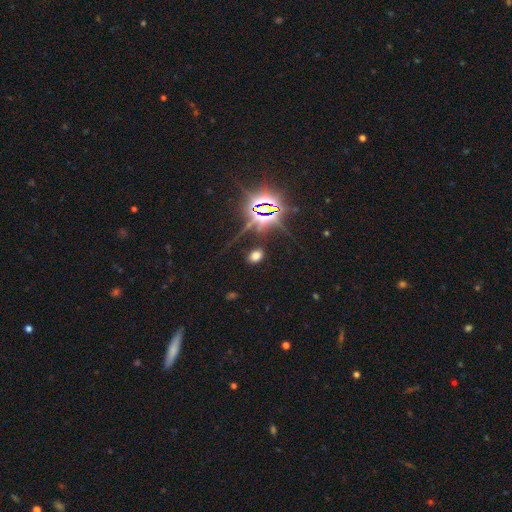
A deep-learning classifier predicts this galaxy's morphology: This is possibly a smooth galaxy (55%). How rounded: likely in between (76%). Merging: clearly none (83%).